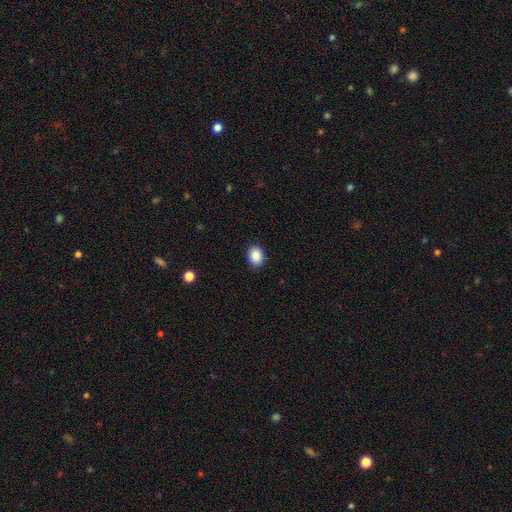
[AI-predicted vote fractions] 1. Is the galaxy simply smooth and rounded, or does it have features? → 89% smooth, 8% star or artifact, 3% featured or disk.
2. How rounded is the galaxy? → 63% in between, 36% round, 1% cigar-shaped.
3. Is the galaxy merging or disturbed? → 89% none, 8% minor disturbance, 2% major disturbance, 1% merger.